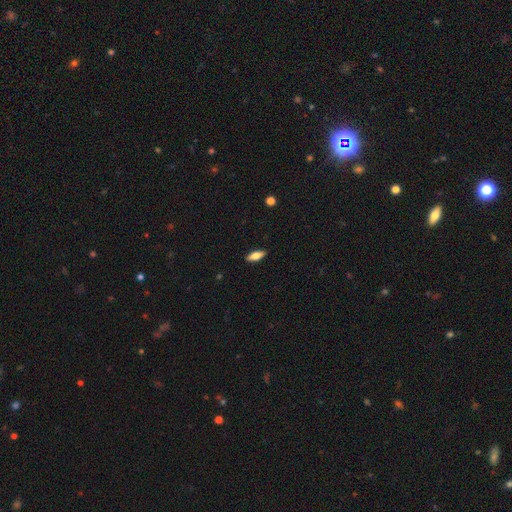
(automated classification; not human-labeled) Smooth or featured?
  - smooth: 62% *
  - featured or disk: 31%
  - star or artifact: 7%
How rounded?
  - in between: 67% *
  - cigar-shaped: 31%
  - round: 3%
Merging?
  - none: 90% *
  - minor disturbance: 8%
  - major disturbance: 2%
  - merger: 1%